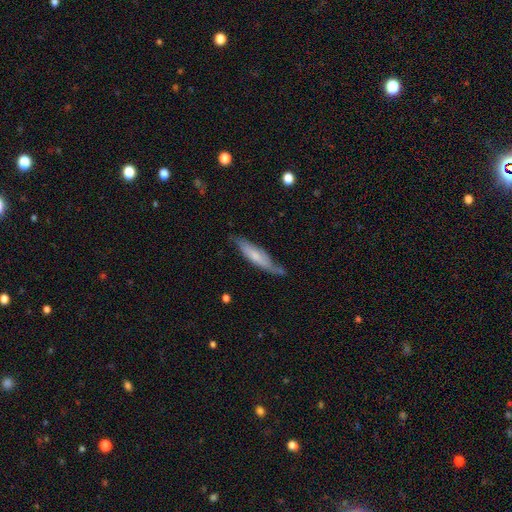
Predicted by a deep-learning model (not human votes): The model was most divided on "smooth or featured": smooth: 50%, featured or disk: 44%, star or artifact: 6%. More confident: how rounded — cigar-shaped (78%); merging — none (64%).